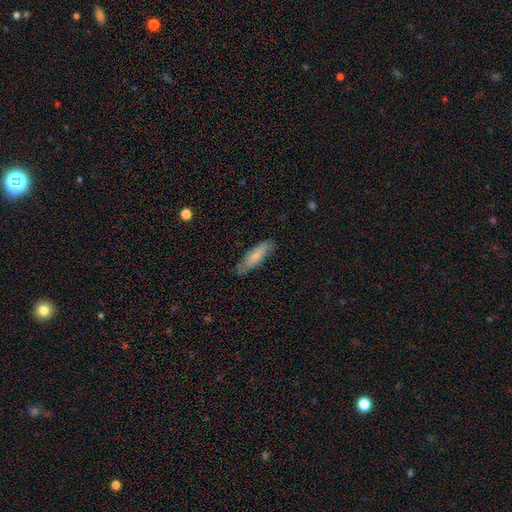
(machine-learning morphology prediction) This appears to be a smooth galaxy with no disk features (74%) that is cigar-shaped (65%). Merging: none (81%).